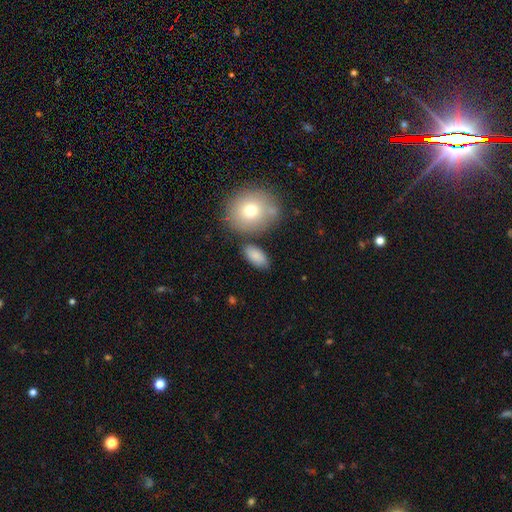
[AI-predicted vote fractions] smooth 84%, featured or disk 9%, star or artifact 7%. Down the decision tree: how rounded — in between (91%); merging — none (76%).